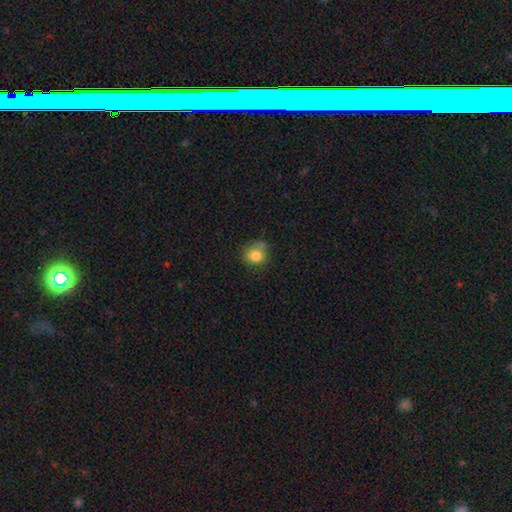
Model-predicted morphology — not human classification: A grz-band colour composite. It shows a smooth galaxy with no disk features (81%) that is round (76%). Merging: none (55%).